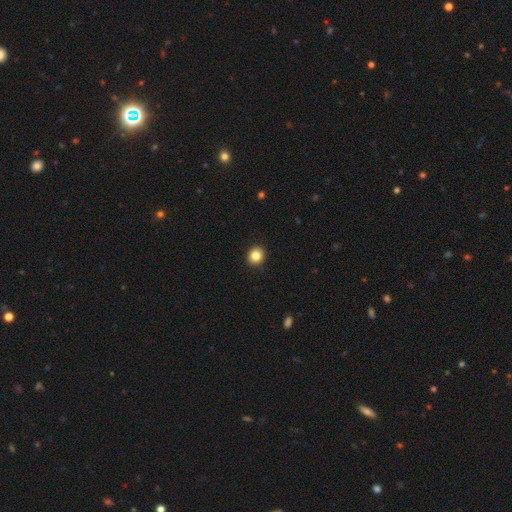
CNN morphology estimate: Overall: smooth (84%). How rounded: round (77%). Merging: none (92%).